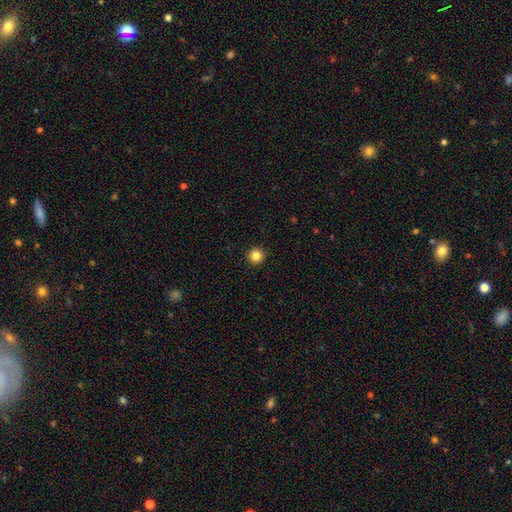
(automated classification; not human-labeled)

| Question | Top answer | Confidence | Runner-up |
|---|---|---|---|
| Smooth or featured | smooth | 84% | star or artifact (11%) |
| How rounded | round | 96% | in between (3%) |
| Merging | none | 94% | minor disturbance (4%) |